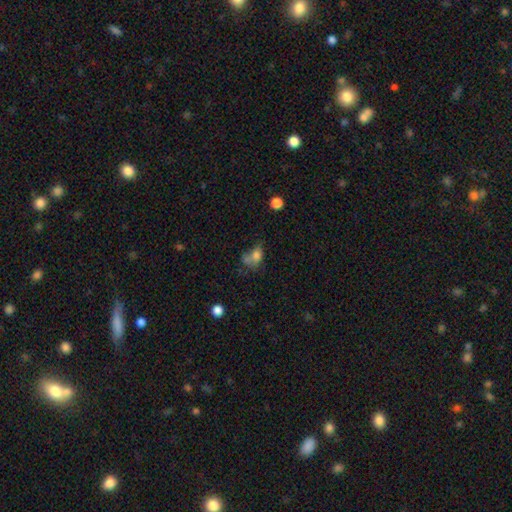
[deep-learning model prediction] Smooth or featured?
  - smooth: 69% *
  - featured or disk: 17%
  - star or artifact: 14%
How rounded?
  - in between: 69% *
  - round: 29%
  - cigar-shaped: 2%
Merging?
  - merger: 30% *
  - major disturbance: 25%
  - none: 25%
  - minor disturbance: 20%